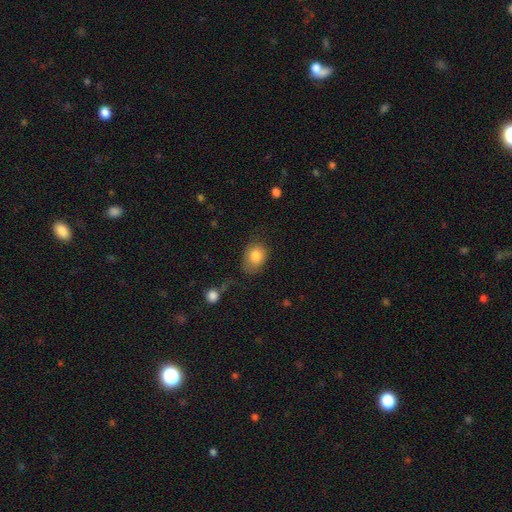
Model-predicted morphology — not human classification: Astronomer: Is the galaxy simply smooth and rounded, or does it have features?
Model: smooth — 82%.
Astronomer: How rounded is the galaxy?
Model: in between — 64%.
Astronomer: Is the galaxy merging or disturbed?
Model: none — 61%.